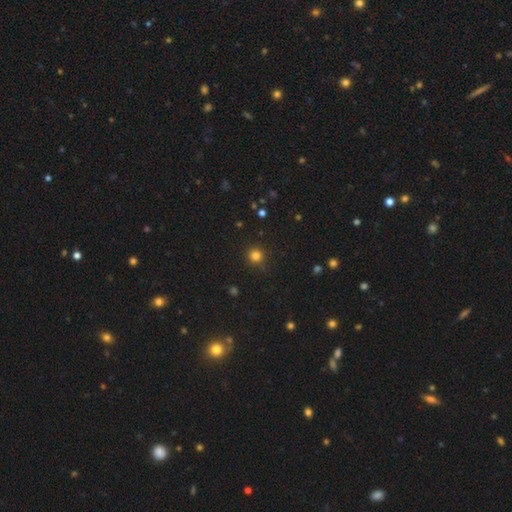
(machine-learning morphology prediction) Smooth or featured?
  - smooth: 81% *
  - star or artifact: 15%
  - featured or disk: 5%
How rounded?
  - round: 94% *
  - in between: 5%
  - cigar-shaped: 1%
Merging?
  - none: 88% *
  - minor disturbance: 8%
  - major disturbance: 2%
  - merger: 1%